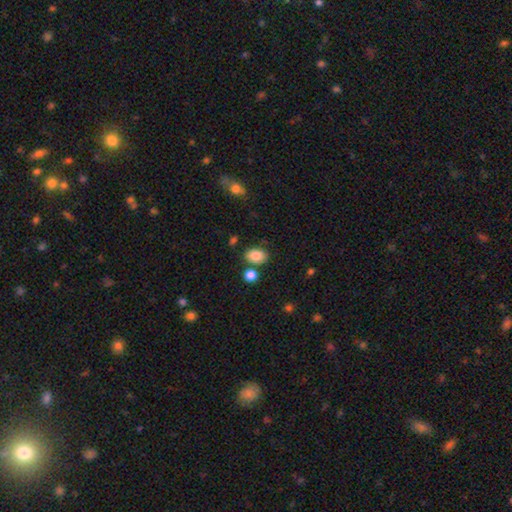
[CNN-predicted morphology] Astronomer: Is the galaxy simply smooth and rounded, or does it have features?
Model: smooth — 84%.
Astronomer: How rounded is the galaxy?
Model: in between — 82%.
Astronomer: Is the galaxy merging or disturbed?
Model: none — 76%.